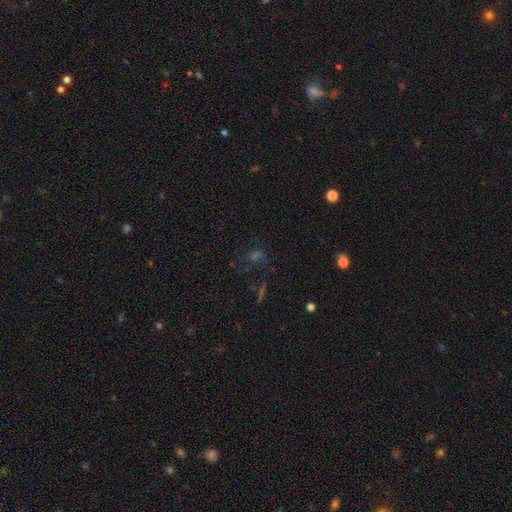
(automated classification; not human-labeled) This is possibly a star or artifact rather than a galaxy (47%).